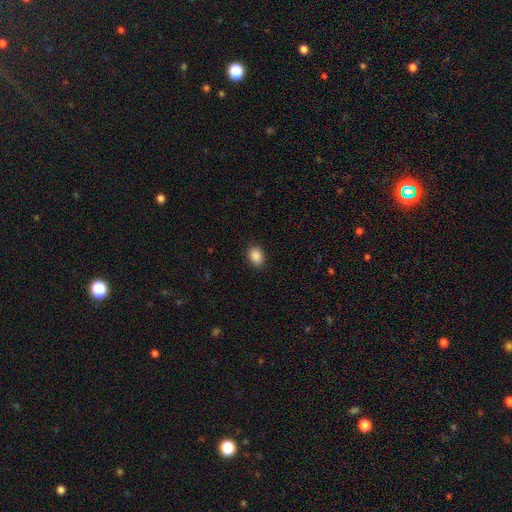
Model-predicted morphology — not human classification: A smooth galaxy with no disk features (89%) that is in between round and cigar-shaped (79%). Merging: none (88%).